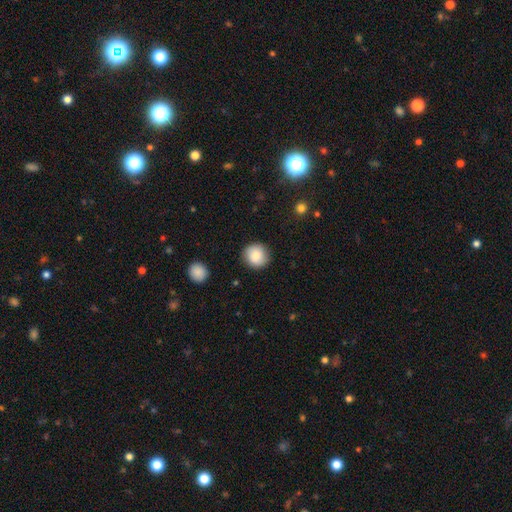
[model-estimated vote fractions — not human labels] smooth 84%, featured or disk 8%, star or artifact 8%. Down the decision tree: how rounded — round (92%); merging — none (88%).